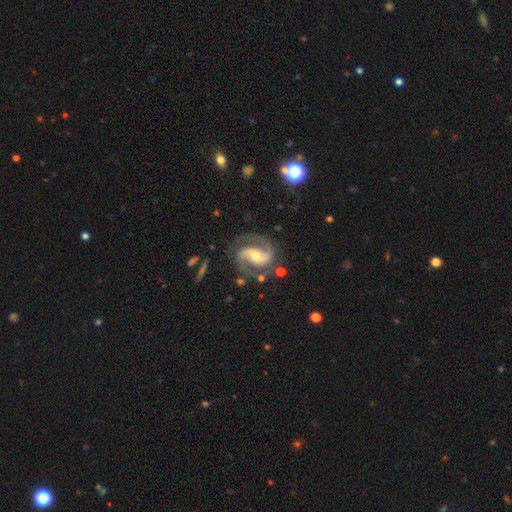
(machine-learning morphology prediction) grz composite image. It shows a featured or disk galaxy (92%) with a weak bar (37%), 2 (93%) medium (61%) spiral arms (98%) and a small central bulge (48%). Merging: none (79%).